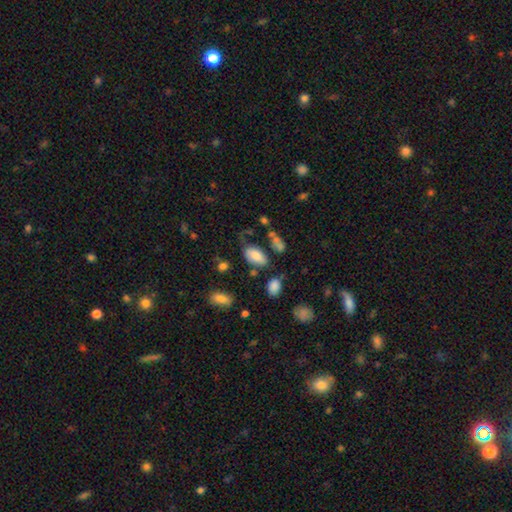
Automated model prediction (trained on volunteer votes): Smooth or featured?
  - smooth: 78% *
  - featured or disk: 14%
  - star or artifact: 8%
How rounded?
  - in between: 94% *
  - round: 4%
  - cigar-shaped: 2%
Merging?
  - none: 50% *
  - minor disturbance: 26%
  - major disturbance: 15%
  - merger: 9%